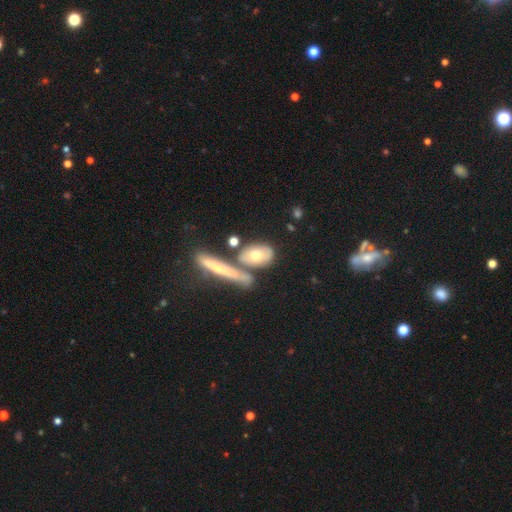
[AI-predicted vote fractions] A smooth galaxy with no disk features (57%) that is in between round and cigar-shaped (70%).

Vote fractions:
- Smooth or featured? smooth: 57% / featured or disk: 36% / star or artifact: 7%
- How rounded? in between: 70% / cigar-shaped: 15% / round: 14%
- Merging? none: 50% / merger: 28% / minor disturbance: 16% / major disturbance: 7%